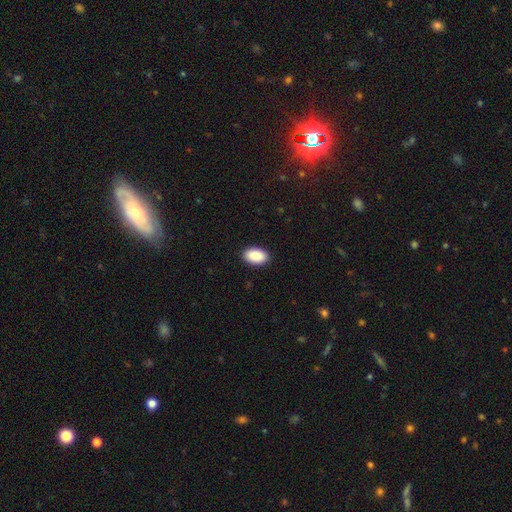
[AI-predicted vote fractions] smooth_or_featured: smooth (p=0.90) [alt: star or artifact p=0.06]
how_rounded: in between (p=0.94) [alt: round p=0.05]
merging: none (p=0.90) [alt: minor disturbance p=0.07]